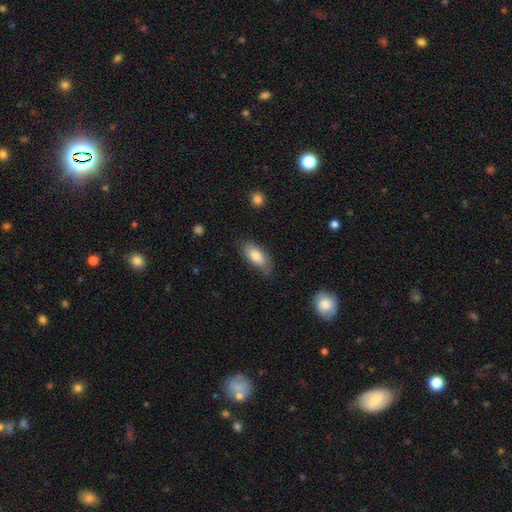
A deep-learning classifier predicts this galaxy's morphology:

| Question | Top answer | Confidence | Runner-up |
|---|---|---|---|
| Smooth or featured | smooth | 81% | featured or disk (13%) |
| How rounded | in between | 87% | cigar-shaped (11%) |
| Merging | none | 69% | minor disturbance (24%) |